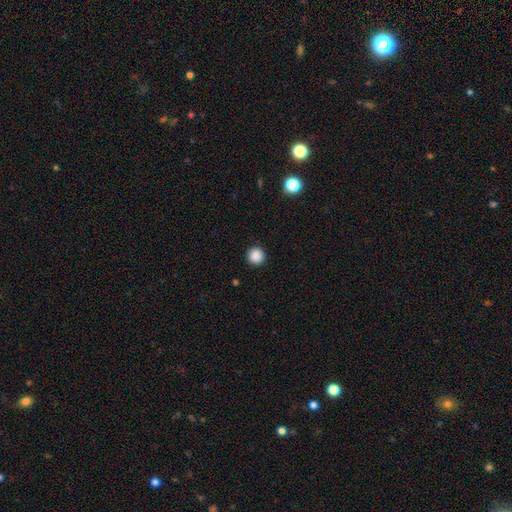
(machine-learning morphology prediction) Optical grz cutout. It shows a smooth galaxy with no disk features (88%) that is round (96%). Merging: none (93%).